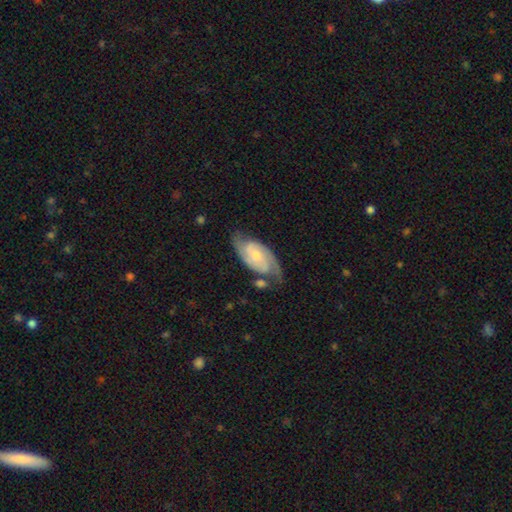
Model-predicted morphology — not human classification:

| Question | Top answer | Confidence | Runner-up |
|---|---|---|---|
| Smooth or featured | featured or disk | 81% | smooth (14%) |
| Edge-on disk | no | 96% | yes (4%) |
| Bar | no | 51% | weak (39%) |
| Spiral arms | yes | 96% | no (4%) |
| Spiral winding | medium | 47% | tight (38%) |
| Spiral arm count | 2 | 89% | can't tell (5%) |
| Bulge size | small | 50% | moderate (34%) |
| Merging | none | 68% | minor disturbance (19%) |